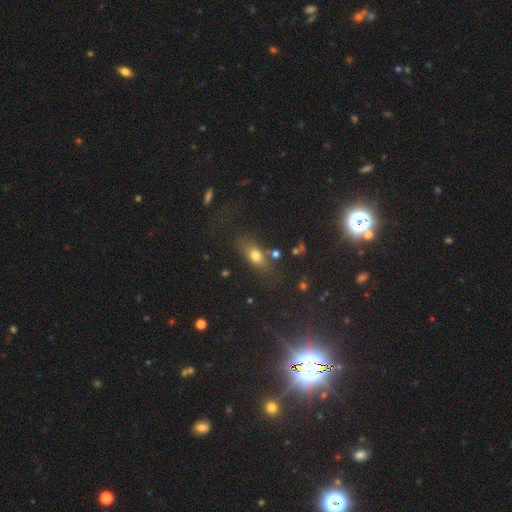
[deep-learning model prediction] Smooth or featured? smooth (71%)
How rounded? in between (70%)
Merging? none (70%)